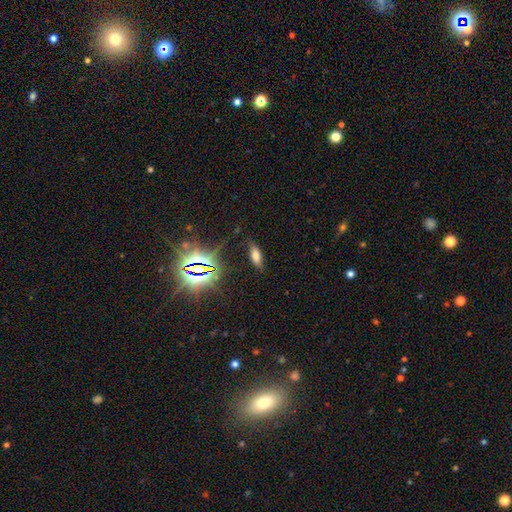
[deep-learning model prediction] smooth 61%, star or artifact 24%, featured or disk 15%. Down the decision tree: how rounded — in between (69%); merging — none (80%).